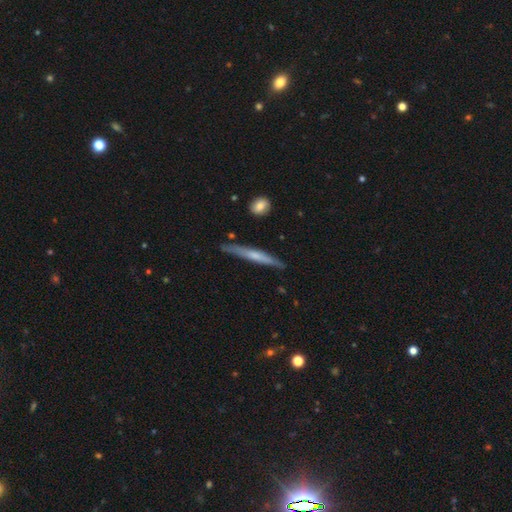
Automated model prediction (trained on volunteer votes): Overall: featured or disk (50%; smooth 45%). Merging: none (83%).